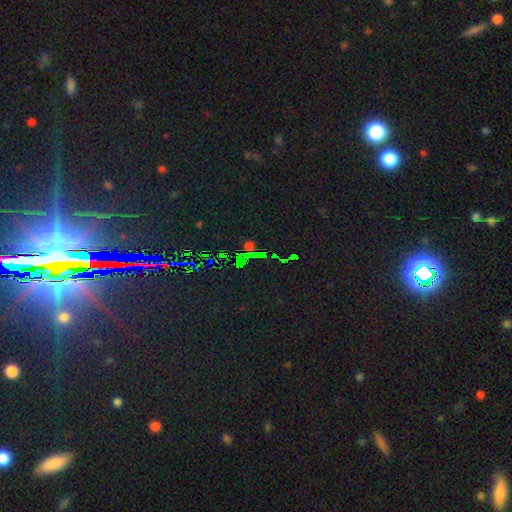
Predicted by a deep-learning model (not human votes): smooth_or_featured: star or artifact (p=0.79) [alt: smooth p=0.12]